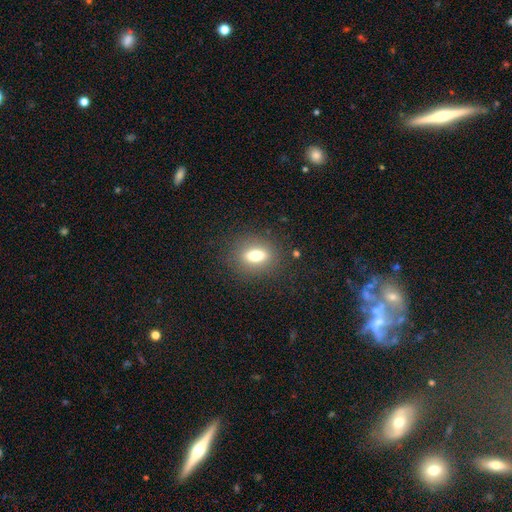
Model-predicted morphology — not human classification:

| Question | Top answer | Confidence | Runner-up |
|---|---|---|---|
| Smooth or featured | smooth | 71% | featured or disk (19%) |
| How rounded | in between | 69% | round (21%) |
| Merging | none | 85% | minor disturbance (9%) |